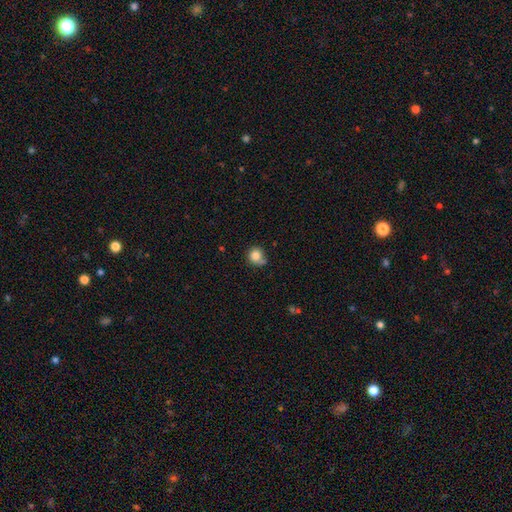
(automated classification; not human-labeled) Smooth or featured?
  - smooth: 82% *
  - star or artifact: 10%
  - featured or disk: 9%
How rounded?
  - round: 86% *
  - in between: 13%
  - cigar-shaped: 1%
Merging?
  - none: 56% *
  - minor disturbance: 26%
  - major disturbance: 9%
  - merger: 9%